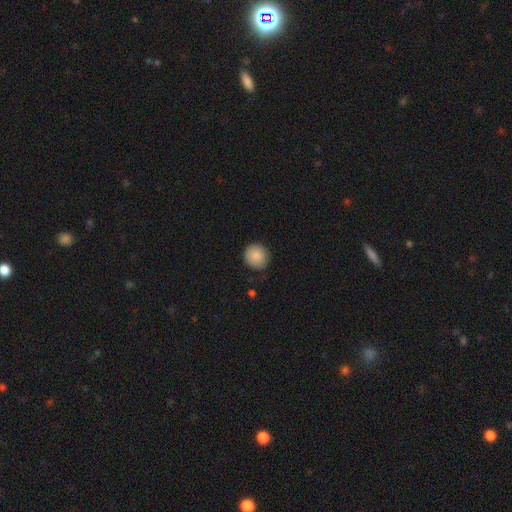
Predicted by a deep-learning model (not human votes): smooth 88%, star or artifact 8%, featured or disk 4%. Down the decision tree: how rounded — round (93%); merging — none (85%).